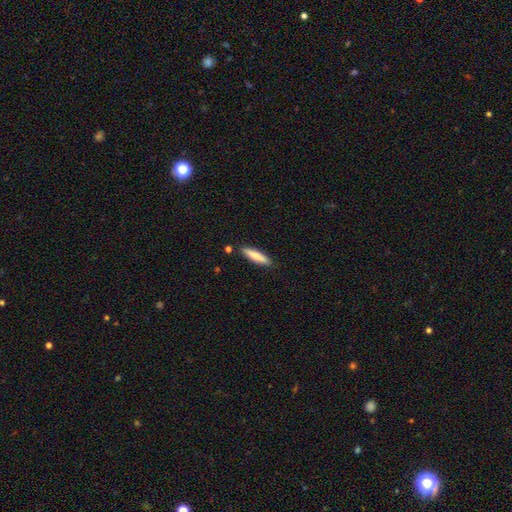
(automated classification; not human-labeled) Smooth or featured? Predicted: smooth (p=0.80). How rounded? Predicted: cigar-shaped (p=0.82). Merging? Predicted: none (p=0.86).